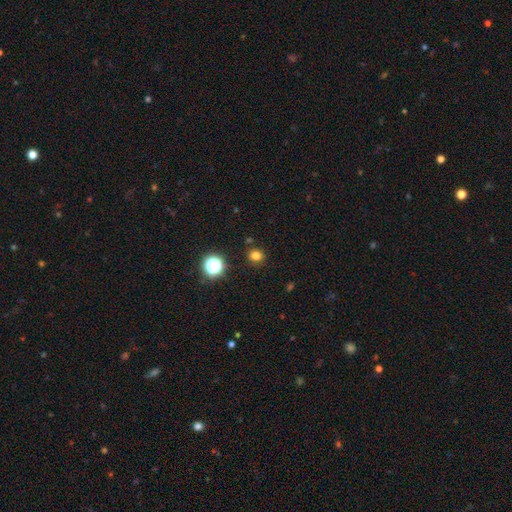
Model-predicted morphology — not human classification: A smooth galaxy with no disk features (78%) that is round (77%). Merging: none (86%).